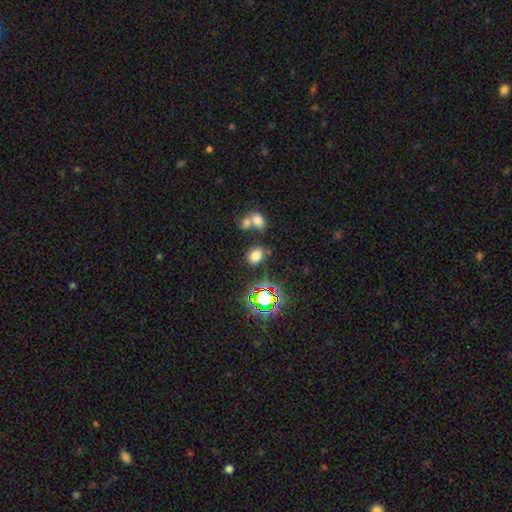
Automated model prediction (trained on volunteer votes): smooth 71%, star or artifact 22%, featured or disk 8%. Down the decision tree: how rounded — in between (64%); merging — none (64%).